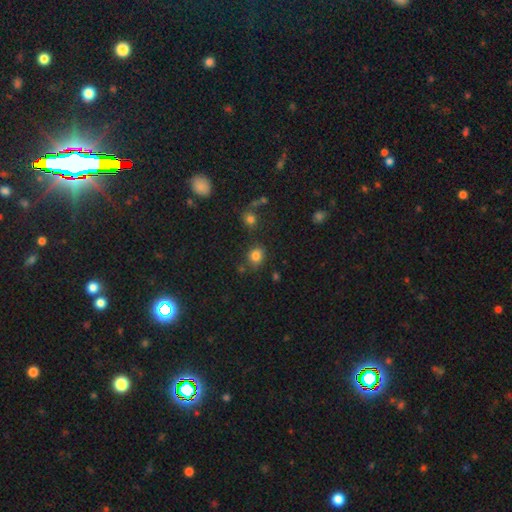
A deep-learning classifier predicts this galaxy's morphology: Smooth or featured?
  - smooth: 80% *
  - star or artifact: 14%
  - featured or disk: 6%
How rounded?
  - round: 68% *
  - in between: 31%
  - cigar-shaped: 1%
Merging?
  - none: 73% *
  - minor disturbance: 16%
  - merger: 7%
  - major disturbance: 5%